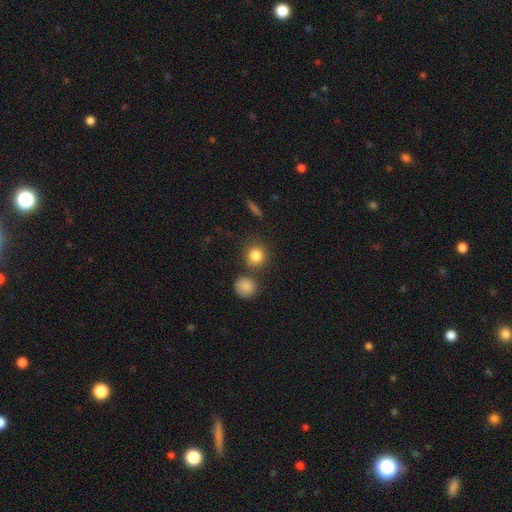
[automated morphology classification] Smooth or featured? Predicted: smooth (p=0.84). How rounded? Predicted: round (p=0.87). Merging? Predicted: none (p=0.76).